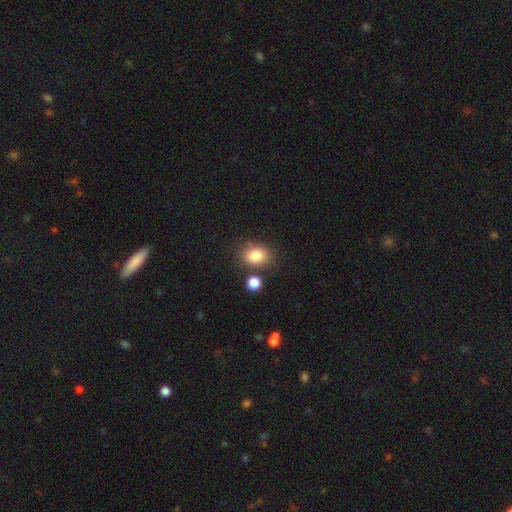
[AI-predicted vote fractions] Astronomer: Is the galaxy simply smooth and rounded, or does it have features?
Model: smooth — 83%.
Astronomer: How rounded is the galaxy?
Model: in between — 58% (runner-up: round, 41%).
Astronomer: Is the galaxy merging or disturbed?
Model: none — 72%.